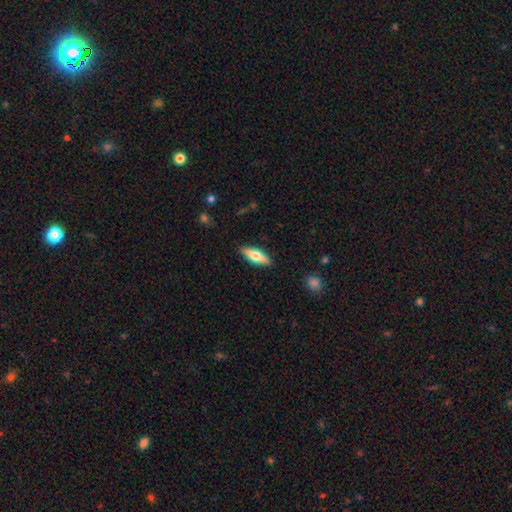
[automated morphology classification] type=smooth (62%); roundness=in between (59%); merging=none (88%).